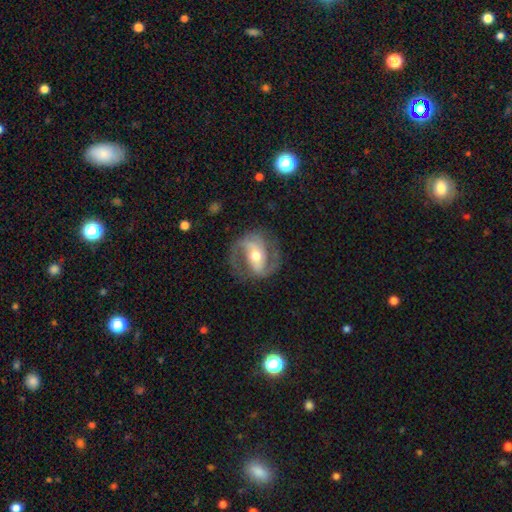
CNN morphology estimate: A featured or disk galaxy (85%) with a strong bar (39%), 2 (90%) medium (54%) spiral arms (93%) and a moderate central bulge (69%).

Vote fractions:
- Smooth or featured? featured or disk: 85% / smooth: 10% / star or artifact: 5%
- Edge-on disk? no: 97% / yes: 3%
- Bar? strong: 39% / weak: 36% / no: 25%
- Spiral arms? yes: 93% / no: 7%
- Spiral winding? medium: 54% / tight: 23% / loose: 23%
- Spiral arm count? 2: 90% / can't tell: 4% / 1: 2% / 3: 2% / 4: 1% / more than 4: 1%
- Bulge size? moderate: 69% / small: 20% / large: 9% / none: 1% / dominant: 1%
- Merging? none: 75% / minor disturbance: 14% / major disturbance: 9% / merger: 1%